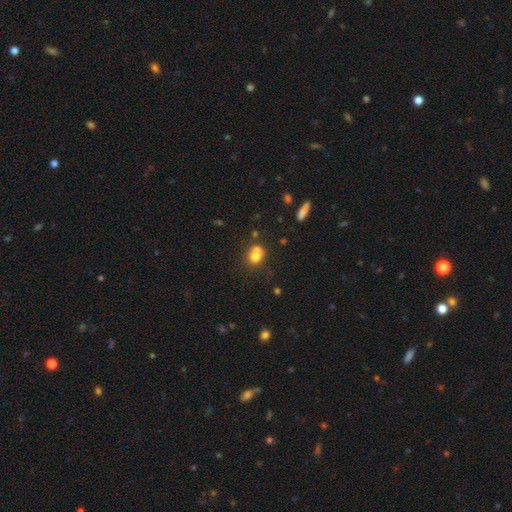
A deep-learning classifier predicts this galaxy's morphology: type=smooth (75%); roundness=round (60%); merging=none (42%).